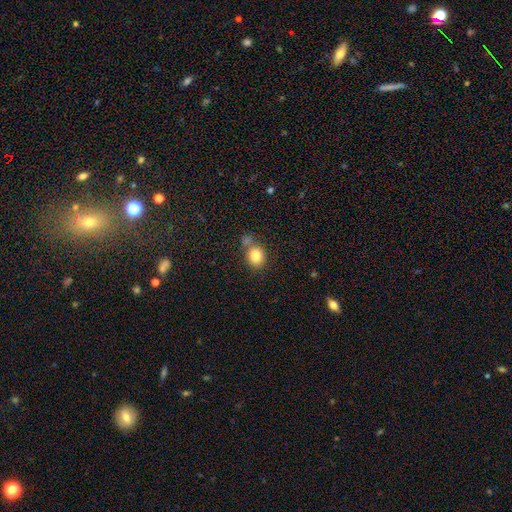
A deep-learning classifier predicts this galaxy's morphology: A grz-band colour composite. It shows a smooth galaxy with no disk features (82%) that is round (62%). Merging: none (60%).